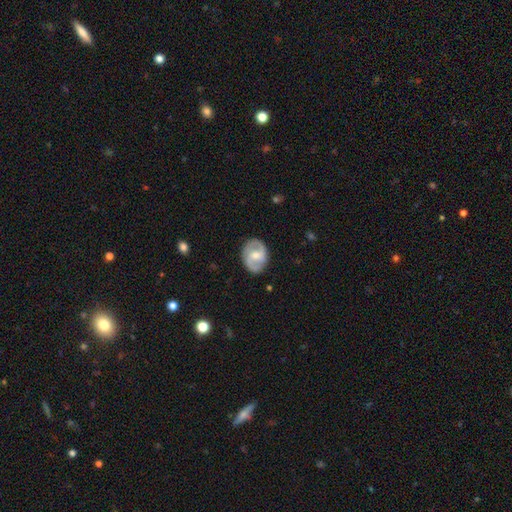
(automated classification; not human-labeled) This is likely a featured or disk galaxy (70%). It is clearly not viewed edge-on (97%). Bar: possibly weak (48%). Spiral arm pattern: clearly yes (81%). Spiral arm count: clearly 2 (86%). Spiral winding: possibly medium (47%). Central bulge: possibly moderate (60%). Merging: clearly none (81%).